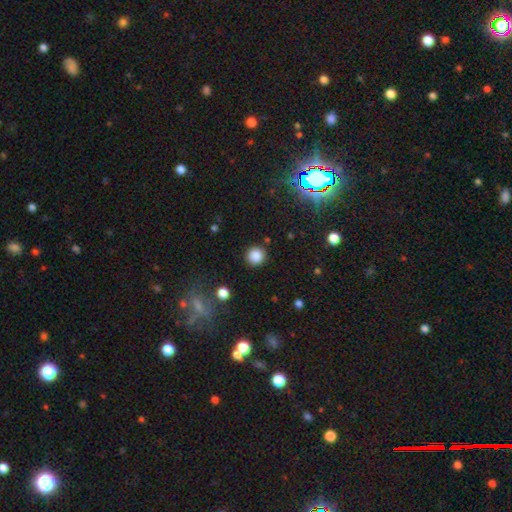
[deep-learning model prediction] Smooth or featured? Predicted: smooth (p=0.84). How rounded? Predicted: round (p=0.93). Merging? Predicted: none (p=0.89).